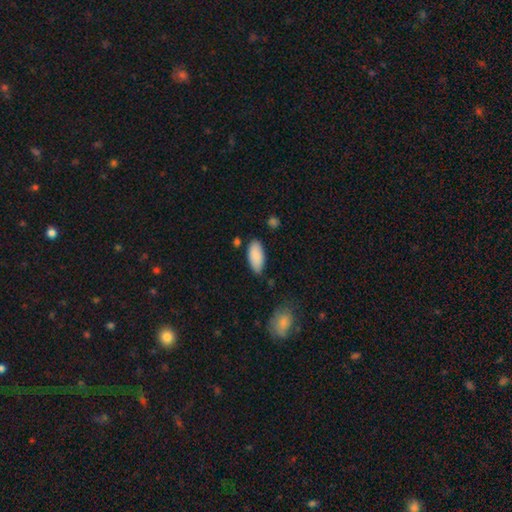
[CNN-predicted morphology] Overall: smooth (88%). How rounded: in between (90%). Merging: none (78%).